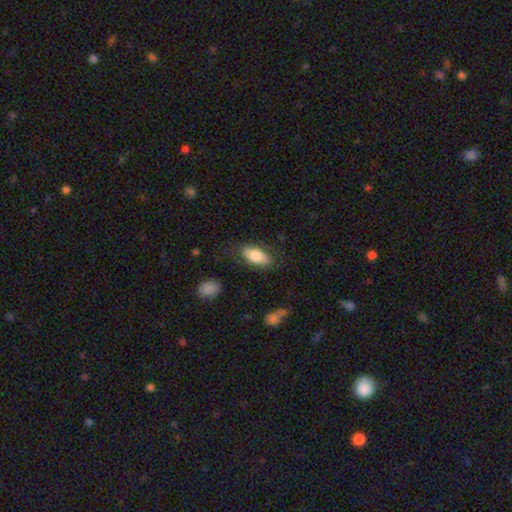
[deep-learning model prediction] Overall: smooth (79%). How rounded: in between (87%). Merging: none (78%).